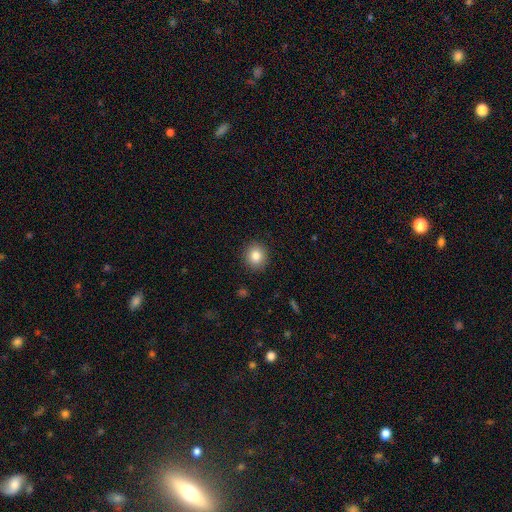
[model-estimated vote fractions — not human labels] The model was most divided on "how rounded": round: 85%, in between: 14%, cigar-shaped: 1%. More confident: merging — none (91%); smooth or featured — smooth (84%).